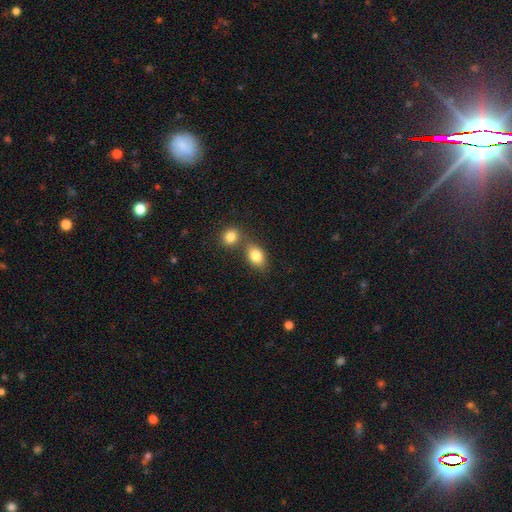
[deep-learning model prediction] Smooth or featured?
  - smooth: 82% *
  - featured or disk: 9%
  - star or artifact: 9%
How rounded?
  - in between: 76% *
  - round: 23%
  - cigar-shaped: 2%
Merging?
  - none: 49% *
  - merger: 37%
  - minor disturbance: 10%
  - major disturbance: 3%